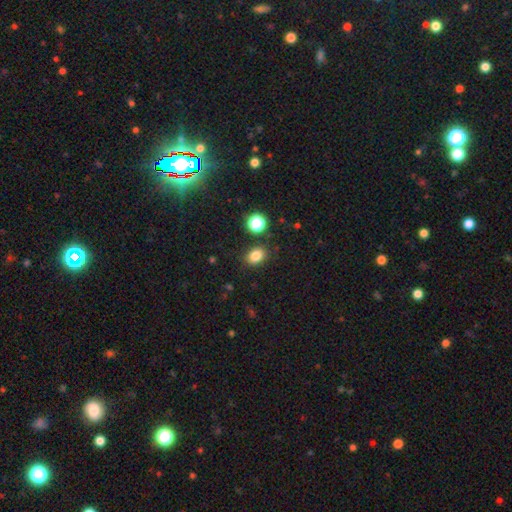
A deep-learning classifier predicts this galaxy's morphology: This is clearly a smooth galaxy (82%). How rounded: likely in between (63%). Merging: clearly none (83%).